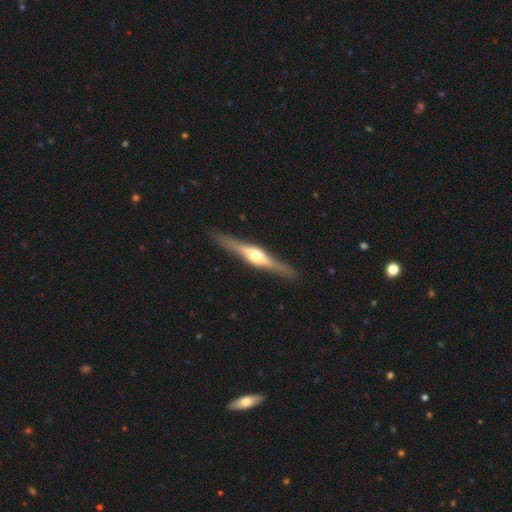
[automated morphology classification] Smooth or featured: featured or disk — 80% (smooth — 15%)
Edge-on disk: yes — 97% (no — 3%)
Edge-on bulge: rounded — 93% (boxy — 6%)
Merging: none — 90% (minor disturbance — 7%)